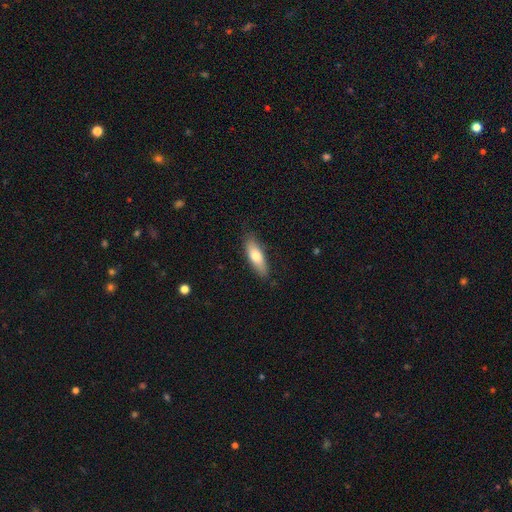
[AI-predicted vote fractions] Morphology: type=smooth (71%); roundness=in between (53%); merging=none (82%).